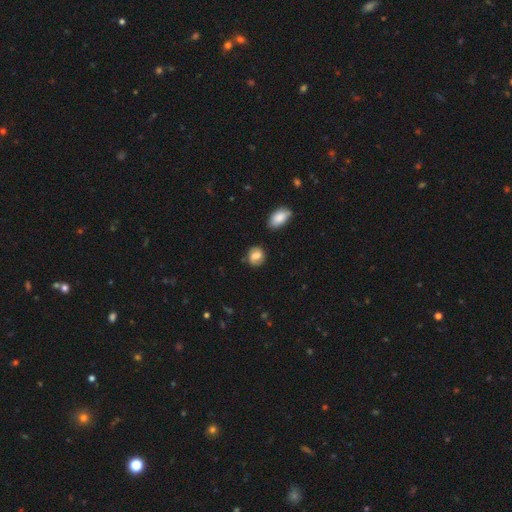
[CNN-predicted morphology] type=smooth (69%); roundness=round (56%); merging=none (72%).